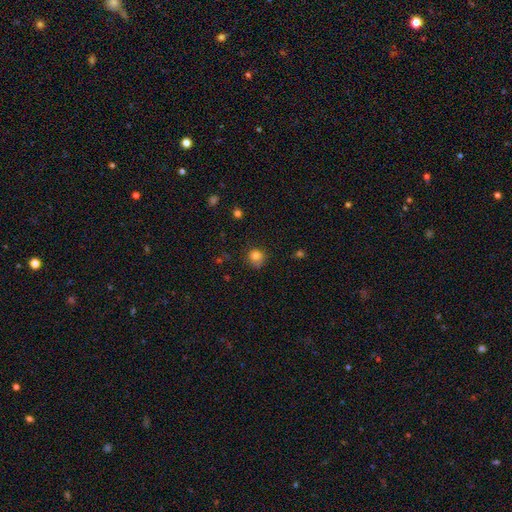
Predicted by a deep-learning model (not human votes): The model was most divided on "merging": none: 70%, minor disturbance: 22%, major disturbance: 6%, merger: 2%. More confident: how rounded — round (86%); smooth or featured — smooth (80%).